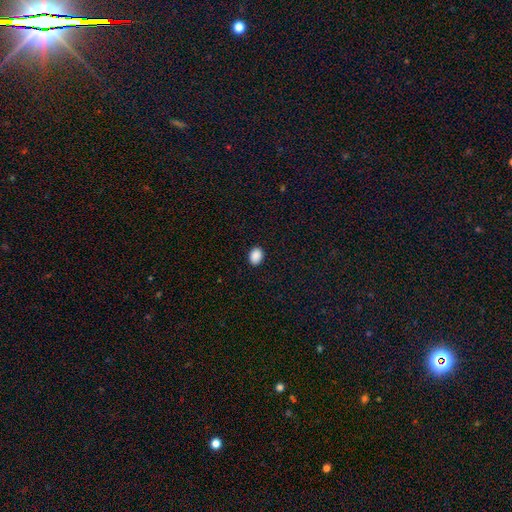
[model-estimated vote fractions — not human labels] Morphology: type=smooth (90%); roundness=in between (65%); merging=none (91%).